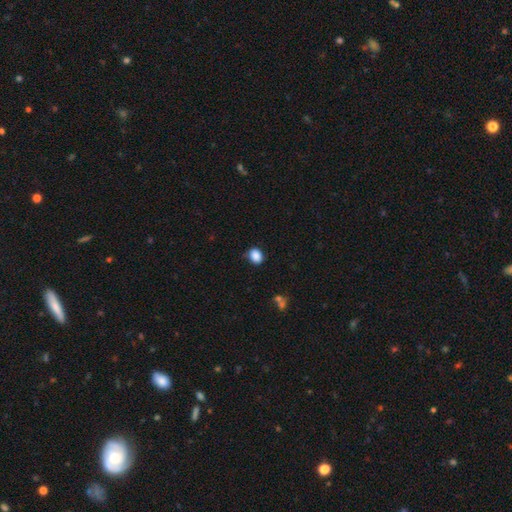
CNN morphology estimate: smooth-or-featured: smooth: 88% | star or artifact: 9% | featured or disk: 4%
  how-rounded: in between: 56% | round: 43% | cigar-shaped: 1%
  merging: none: 76% | minor disturbance: 19% | major disturbance: 4% | merger: 2%